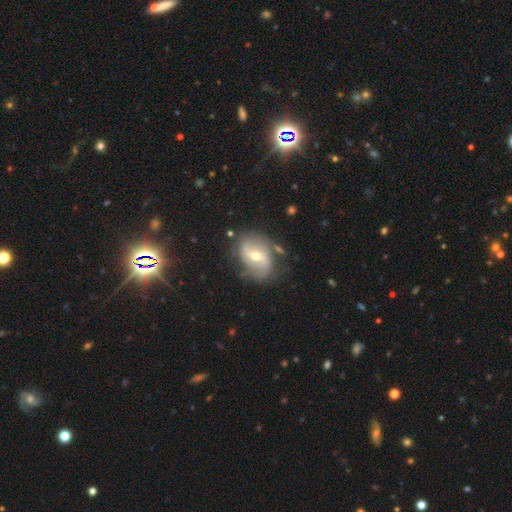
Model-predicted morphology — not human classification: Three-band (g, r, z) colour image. It shows a featured or disk galaxy (74%) with a weak bar (48%), 2 (80%) loose (42%) spiral arms (83%) and a moderate central bulge (63%). Merging: none (69%).